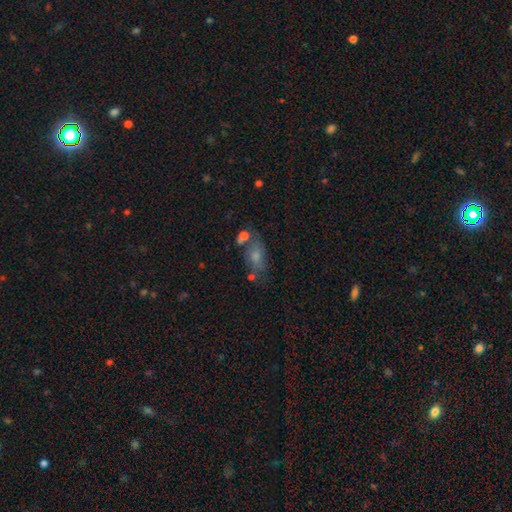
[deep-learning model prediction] Smooth or featured?
  - smooth: 56% *
  - featured or disk: 29%
  - star or artifact: 15%
How rounded?
  - in between: 80% *
  - round: 13%
  - cigar-shaped: 7%
Merging?
  - none: 49% *
  - merger: 20%
  - minor disturbance: 20%
  - major disturbance: 11%